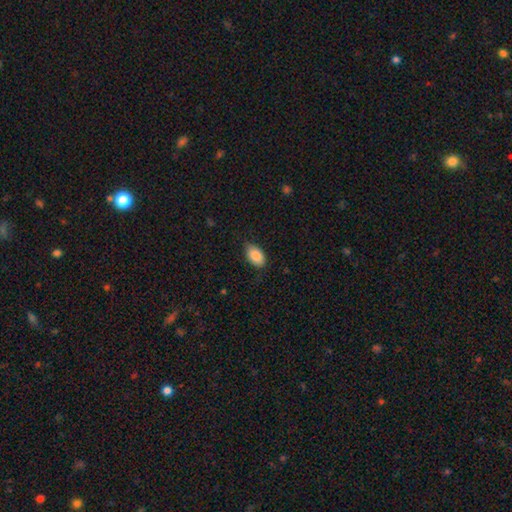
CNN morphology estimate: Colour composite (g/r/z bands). It shows a smooth galaxy with no disk features (87%) that is in between round and cigar-shaped (92%). Merging: none (78%).